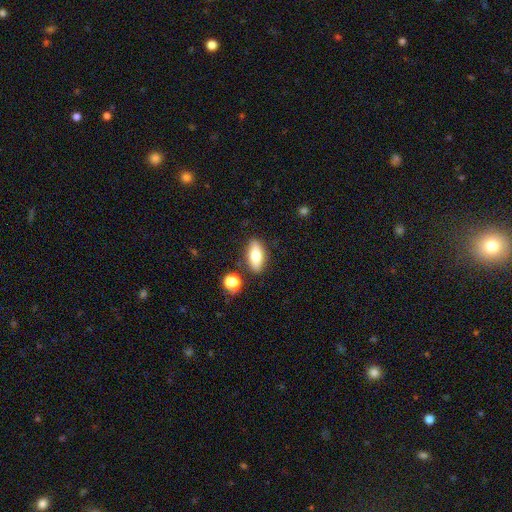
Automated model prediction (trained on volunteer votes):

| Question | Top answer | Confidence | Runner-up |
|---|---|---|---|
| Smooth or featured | smooth | 74% | featured or disk (18%) |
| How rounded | in between | 76% | cigar-shaped (20%) |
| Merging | none | 82% | minor disturbance (11%) |